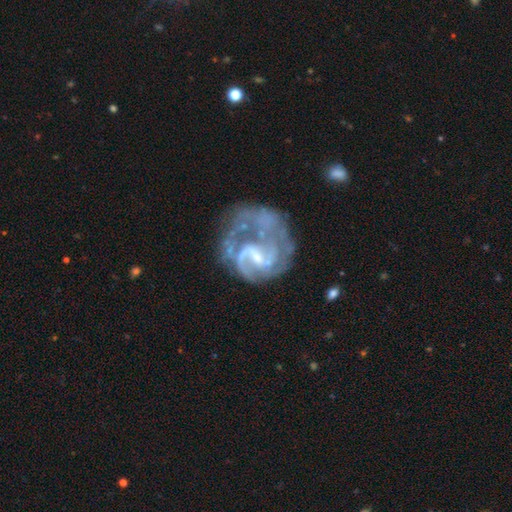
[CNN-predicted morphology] type=featured or disk (84%); edge-on=no (98%); bar=weak (54%); spiral arms=yes (86%); winding=medium (44%); arm count=2 (43%); bulge=small (50%); merging=major disturbance (41%).